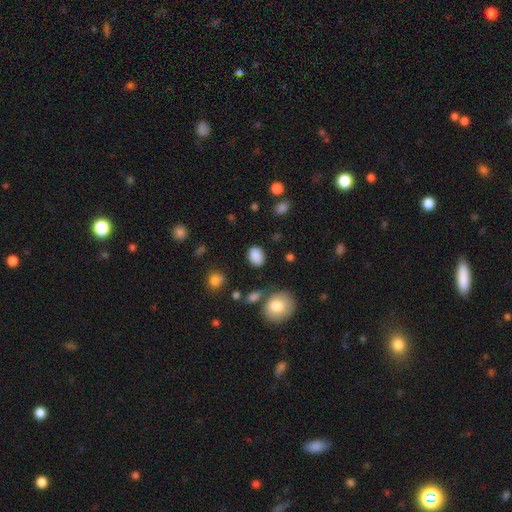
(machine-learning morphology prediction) The model was most divided on "how rounded": in between: 68%, round: 31%, cigar-shaped: 1%. More confident: smooth or featured — smooth (86%); merging — none (81%).